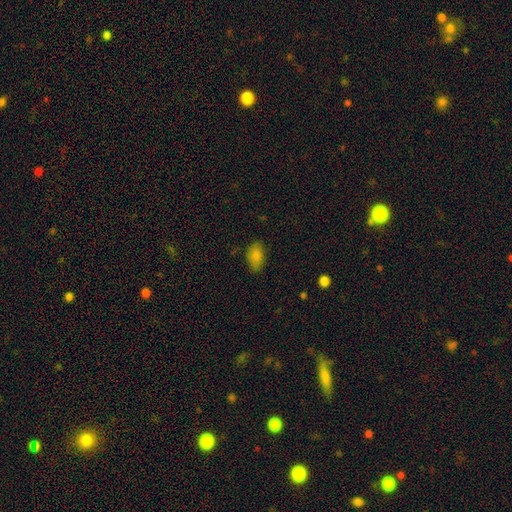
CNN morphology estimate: The model was most divided on "merging": none: 80%, minor disturbance: 16%, major disturbance: 3%, merger: 1%. More confident: how rounded — in between (92%); smooth or featured — smooth (84%).